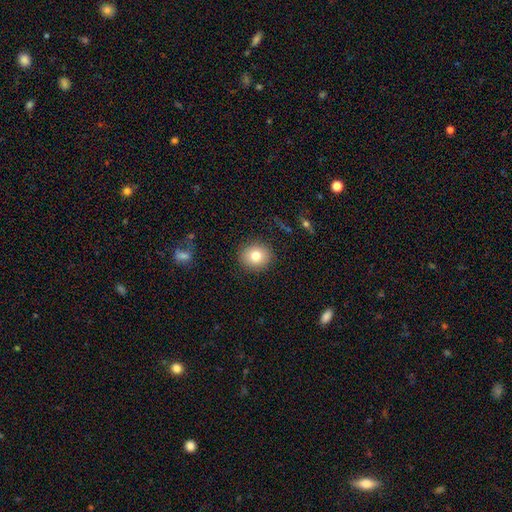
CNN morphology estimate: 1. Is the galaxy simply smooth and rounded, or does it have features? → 78% smooth, 11% featured or disk, 10% star or artifact.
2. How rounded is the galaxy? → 83% round, 16% in between, 1% cigar-shaped.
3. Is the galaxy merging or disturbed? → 89% none, 7% minor disturbance, 3% major disturbance, 1% merger.